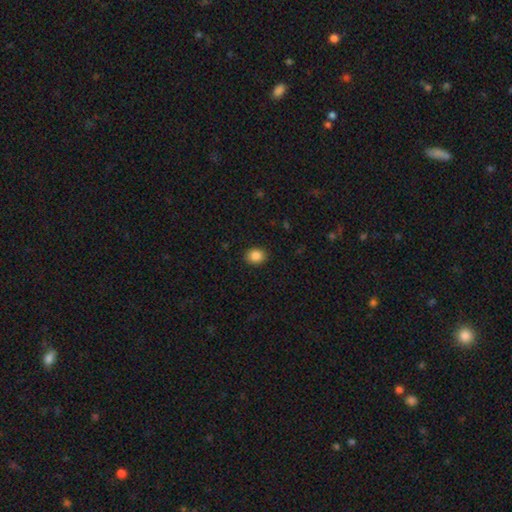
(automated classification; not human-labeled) This is clearly a smooth galaxy (87%). How rounded: possibly round (51%). Merging: clearly none (90%).